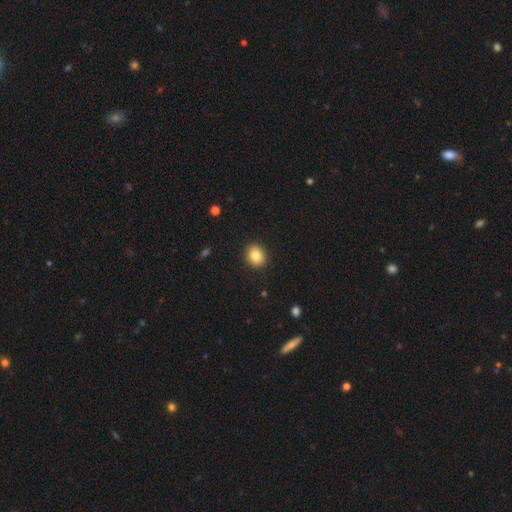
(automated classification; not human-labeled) smooth_or_featured: smooth (p=0.83) [alt: star or artifact p=0.09]
how_rounded: round (p=0.72) [alt: in between p=0.27]
merging: none (p=0.91) [alt: minor disturbance p=0.06]